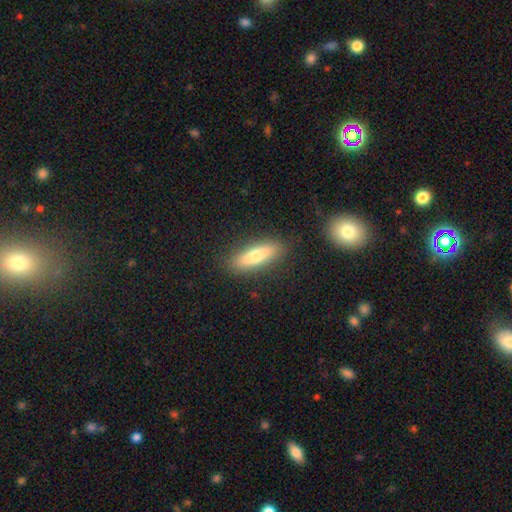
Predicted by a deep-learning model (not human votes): This appears to be a smooth galaxy with no disk features (68%) that is cigar-shaped (56%). Merging: none (86%).